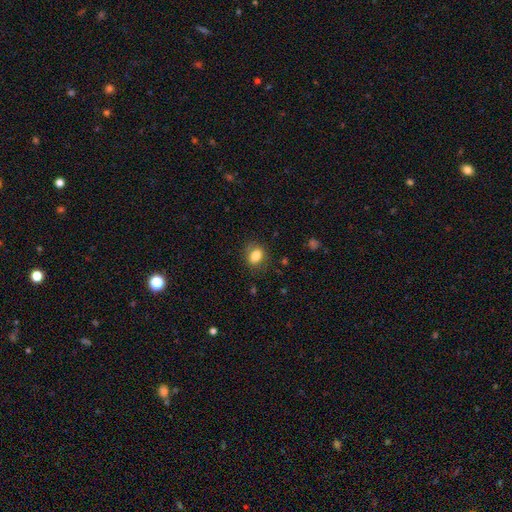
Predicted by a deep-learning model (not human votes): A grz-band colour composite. It shows a smooth galaxy with no disk features (81%) that is in between round and cigar-shaped (66%). Merging: none (80%).